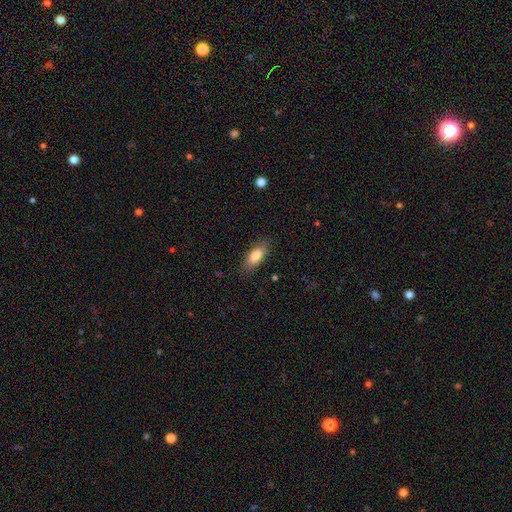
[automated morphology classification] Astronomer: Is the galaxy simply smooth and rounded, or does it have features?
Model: smooth — 80%.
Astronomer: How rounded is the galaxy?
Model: in between — 79%.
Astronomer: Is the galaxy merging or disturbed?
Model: none — 86%.